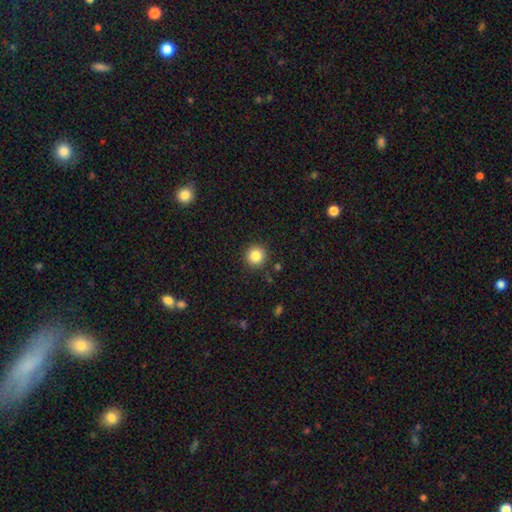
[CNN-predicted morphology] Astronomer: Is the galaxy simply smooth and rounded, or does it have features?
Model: smooth — 85%.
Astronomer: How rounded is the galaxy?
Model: round — 95%.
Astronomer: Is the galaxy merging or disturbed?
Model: none — 90%.